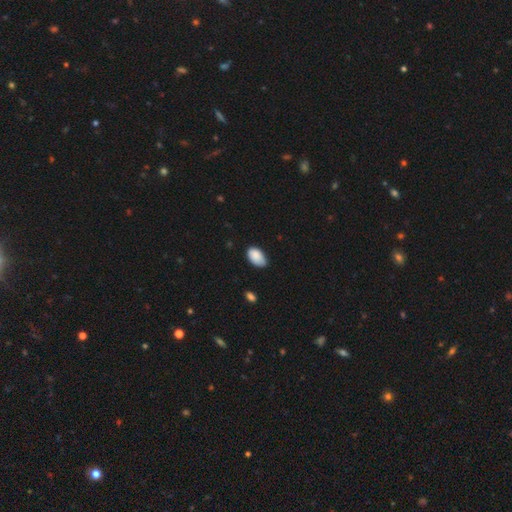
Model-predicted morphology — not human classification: The model was most divided on "merging": none: 63%, minor disturbance: 31%, major disturbance: 4%, merger: 2%. More confident: how rounded — in between (93%); smooth or featured — smooth (87%).